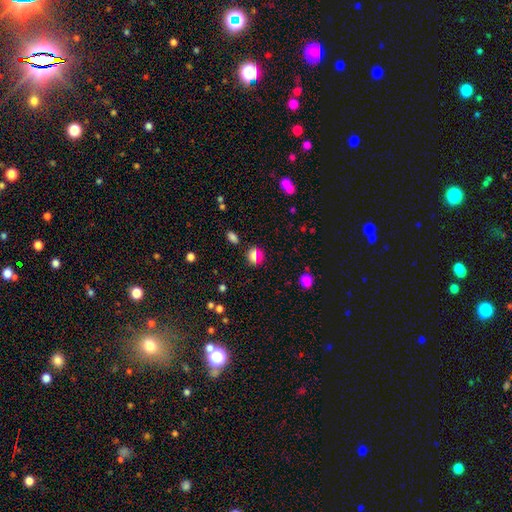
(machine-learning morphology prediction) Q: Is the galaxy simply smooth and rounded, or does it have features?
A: smooth — 71%.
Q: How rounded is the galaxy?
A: round — 59%.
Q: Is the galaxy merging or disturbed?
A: none — 80%.